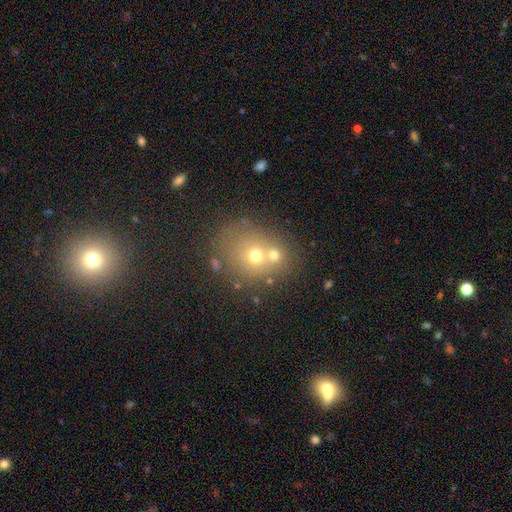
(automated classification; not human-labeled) smooth-or-featured: smooth: 58% | featured or disk: 23% | star or artifact: 19%
  how-rounded: round: 70% | in between: 29% | cigar-shaped: 1%
  merging: none: 43% | merger: 42% | minor disturbance: 9% | major disturbance: 5%